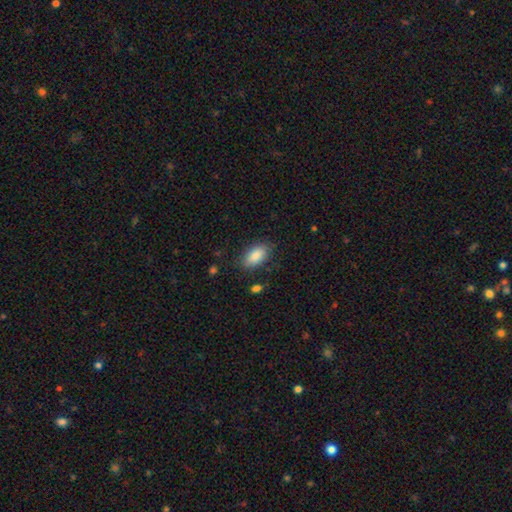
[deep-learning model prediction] This appears to be a smooth galaxy with no disk features (87%) that is in between round and cigar-shaped (92%). Merging: none (79%).